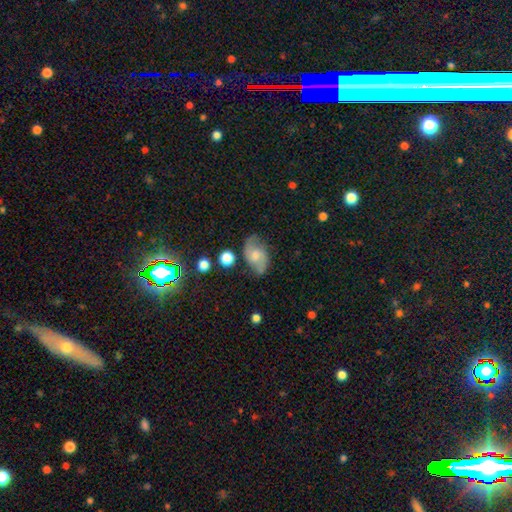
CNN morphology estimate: type=featured or disk (50%); edge-on=no (95%); merging=none (64%).